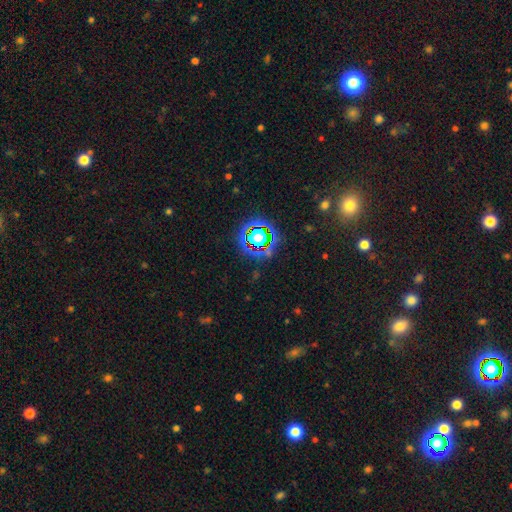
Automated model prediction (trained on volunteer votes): Q: Smooth or featured?
A: star or artifact (73%); runner-up: smooth (19%)